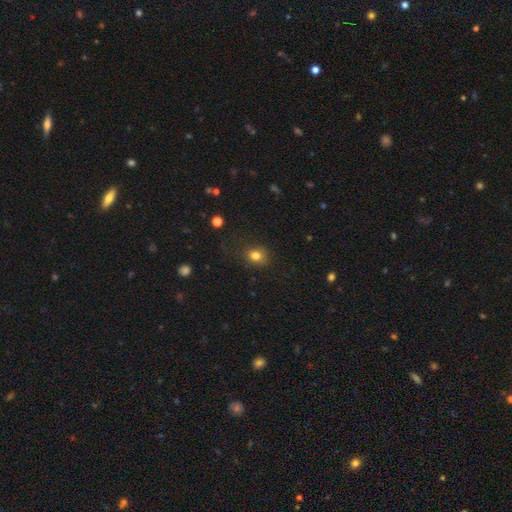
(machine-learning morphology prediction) This appears to be a smooth galaxy with no disk features (81%) that is round (65%). Merging: none (81%).